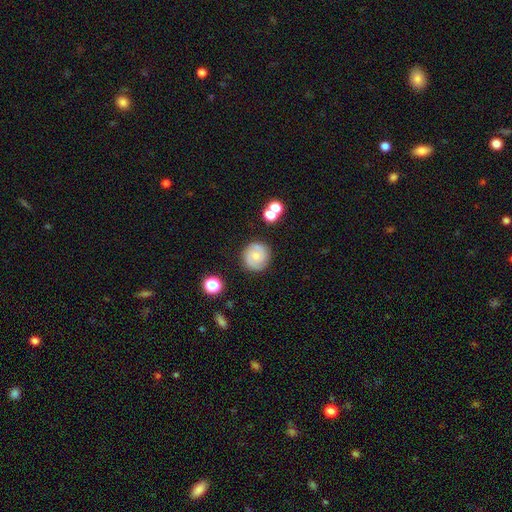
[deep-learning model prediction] featured or disk 49%, smooth 42%, star or artifact 9%. Down the decision tree: merging — none (82%).